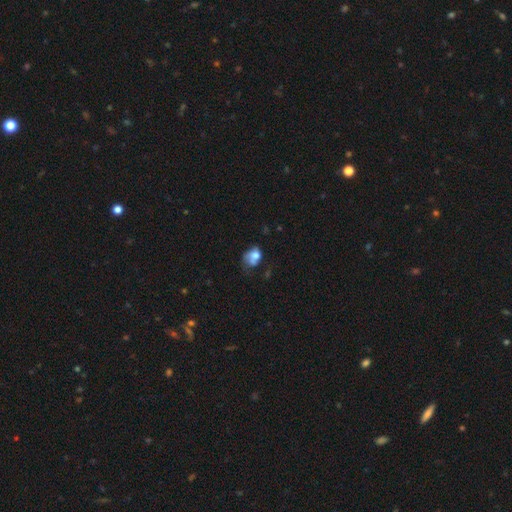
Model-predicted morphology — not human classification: smooth-or-featured: smooth: 59% | featured or disk: 30% | star or artifact: 11%
  how-rounded: in between: 59% | round: 40% | cigar-shaped: 1%
  merging: major disturbance: 32% | minor disturbance: 27% | none: 27% | merger: 14%